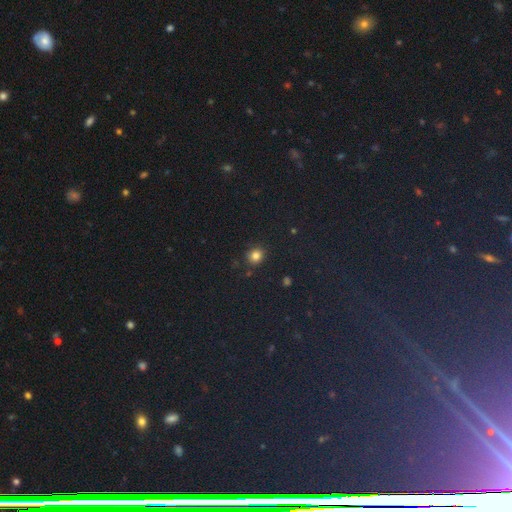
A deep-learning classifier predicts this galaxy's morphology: smooth_or_featured: smooth (p=0.81) [alt: star or artifact p=0.14]
how_rounded: round (p=0.80) [alt: in between p=0.19]
merging: none (p=0.86) [alt: minor disturbance p=0.09]